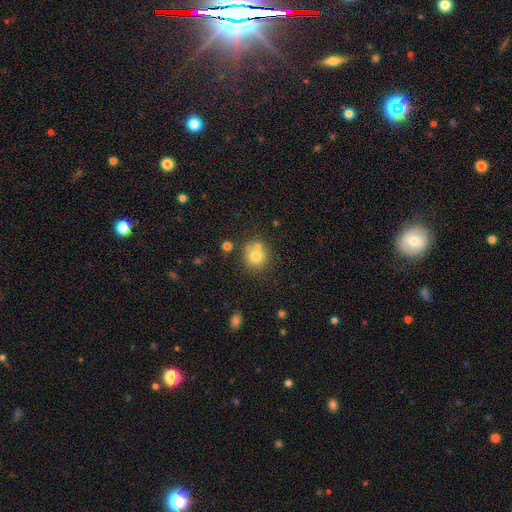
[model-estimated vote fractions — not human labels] smooth 74%, featured or disk 14%, star or artifact 12%. Down the decision tree: how rounded — round (88%); merging — none (61%).